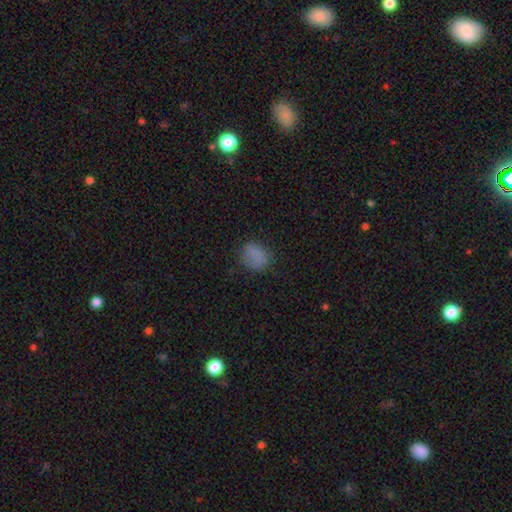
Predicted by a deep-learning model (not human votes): A smooth galaxy with no disk features (80%) that is in between round and cigar-shaped (56%). Merging: none (74%).